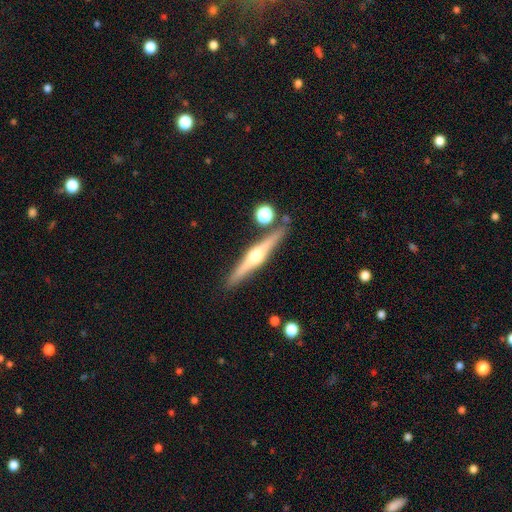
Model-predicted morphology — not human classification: A featured or disk galaxy (76%) viewed edge-on (98%) with a rounded central bulge (93%). Merging: none (87%).